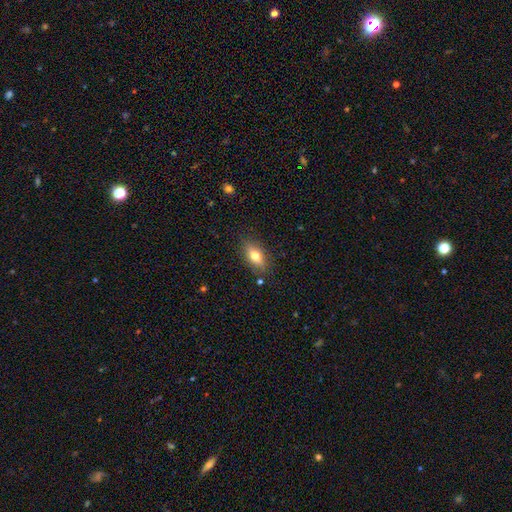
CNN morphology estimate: Smooth or featured: smooth — 65% (featured or disk — 26%)
How rounded: in between — 77% (cigar-shaped — 15%)
Merging: none — 83% (minor disturbance — 12%)